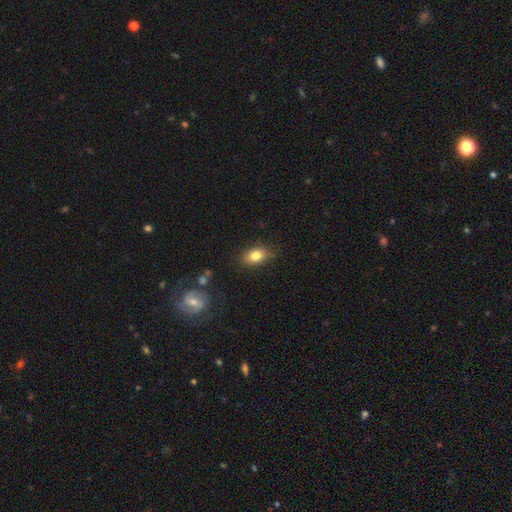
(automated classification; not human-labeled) A smooth galaxy with no disk features (81%) that is in between round and cigar-shaped (84%).

Vote fractions:
- Smooth or featured? smooth: 81% / featured or disk: 11% / star or artifact: 9%
- How rounded? in between: 84% / round: 13% / cigar-shaped: 4%
- Merging? none: 81% / minor disturbance: 15% / major disturbance: 3% / merger: 2%